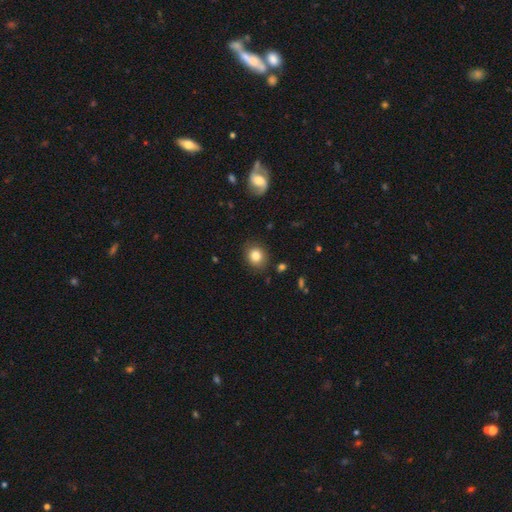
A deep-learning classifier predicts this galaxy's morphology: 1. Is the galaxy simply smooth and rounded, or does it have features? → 83% smooth, 10% star or artifact, 7% featured or disk.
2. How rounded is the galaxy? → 76% round, 23% in between, 1% cigar-shaped.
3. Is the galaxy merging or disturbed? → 86% none, 10% minor disturbance, 3% major disturbance, 1% merger.